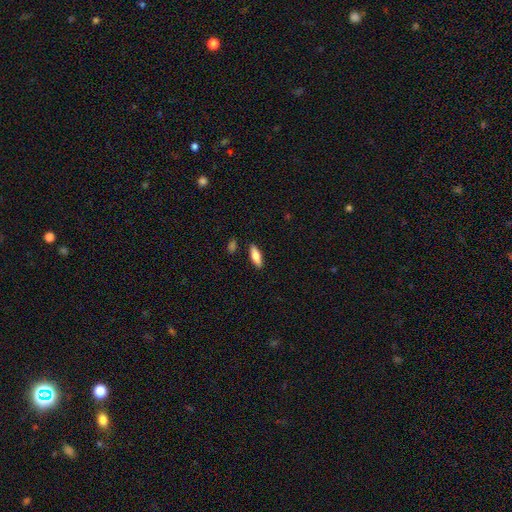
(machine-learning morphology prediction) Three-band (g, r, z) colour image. It shows a smooth galaxy with no disk features (73%) that is in between round and cigar-shaped (58%). Merging: none (87%).